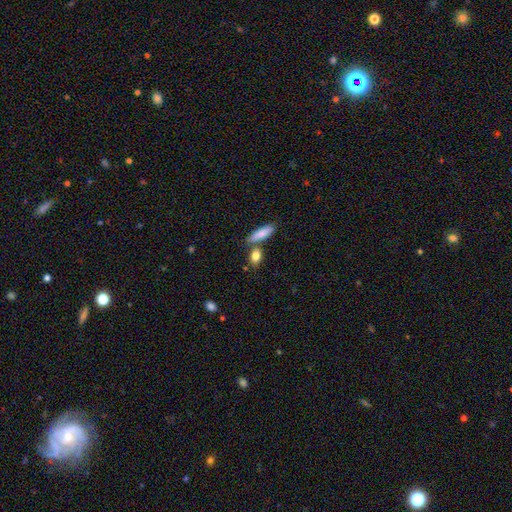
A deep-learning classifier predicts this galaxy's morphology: type=smooth (82%); roundness=in between (60%); merging=none (64%).